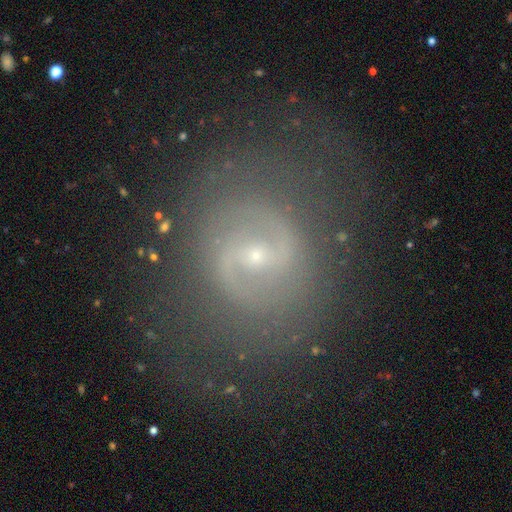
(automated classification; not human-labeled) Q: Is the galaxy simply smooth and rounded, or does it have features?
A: featured or disk — 85%.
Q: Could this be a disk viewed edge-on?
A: no — 97%.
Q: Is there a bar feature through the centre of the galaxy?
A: weak — 43%.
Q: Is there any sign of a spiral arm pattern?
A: yes — 91%.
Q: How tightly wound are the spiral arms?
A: medium — 50%.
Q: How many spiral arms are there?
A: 2 — 89%.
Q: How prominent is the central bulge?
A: small — 81%.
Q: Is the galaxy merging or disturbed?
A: none — 72%.